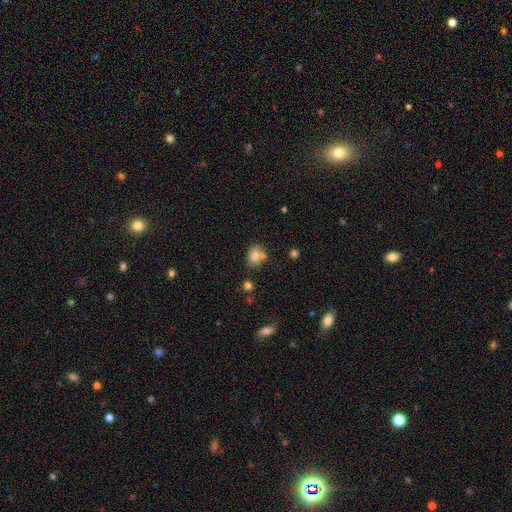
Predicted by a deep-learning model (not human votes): smooth_or_featured: smooth (p=0.79) [alt: star or artifact p=0.11]
how_rounded: round (p=0.51) [alt: in between p=0.48]
merging: none (p=0.63) [alt: merger p=0.17]